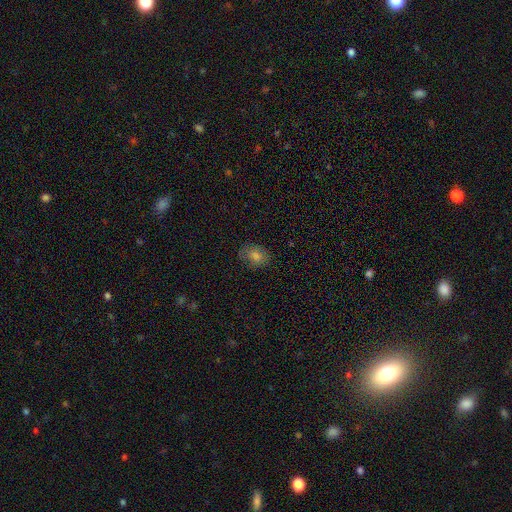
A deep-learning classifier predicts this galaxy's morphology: Smooth or featured: smooth — 67% (star or artifact — 17%)
How rounded: in between — 60% (round — 39%)
Merging: none — 79% (minor disturbance — 16%)